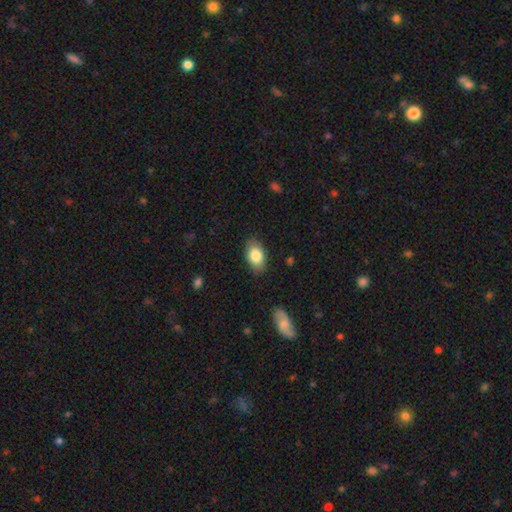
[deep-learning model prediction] The model was most divided on "merging": none: 85%, minor disturbance: 12%, major disturbance: 3%, merger: 1%. More confident: how rounded — in between (91%); smooth or featured — smooth (84%).